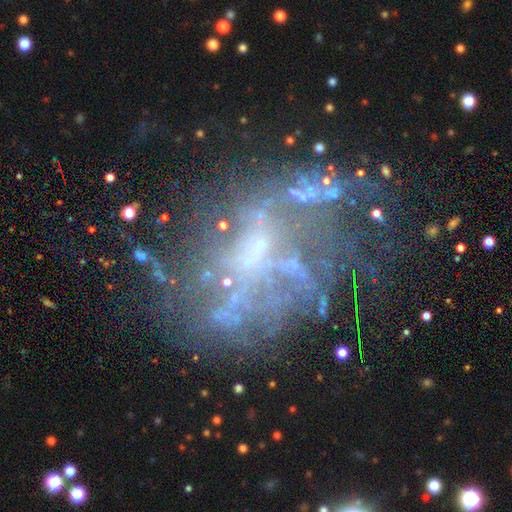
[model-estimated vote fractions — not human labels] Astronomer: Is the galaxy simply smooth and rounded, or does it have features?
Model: featured or disk — 61%.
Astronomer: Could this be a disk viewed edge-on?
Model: no — 96%.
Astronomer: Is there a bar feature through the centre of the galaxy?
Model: no — 78%.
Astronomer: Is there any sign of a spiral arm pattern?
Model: no — 75%.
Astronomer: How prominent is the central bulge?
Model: none — 61%.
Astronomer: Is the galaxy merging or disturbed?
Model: none — 50% (runner-up: major disturbance, 27%).